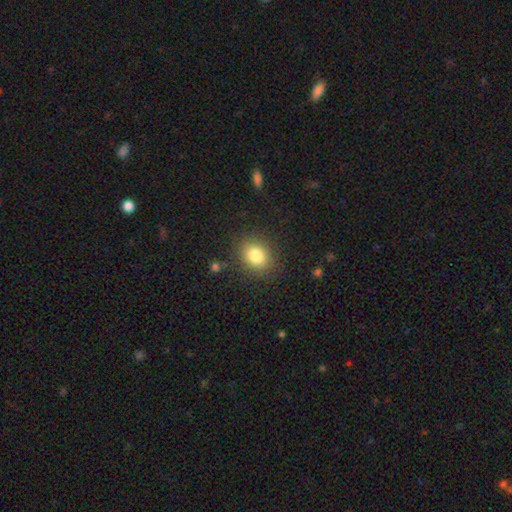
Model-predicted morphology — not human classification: smooth 82%, star or artifact 10%, featured or disk 8%. Down the decision tree: how rounded — round (52%); merging — none (85%).